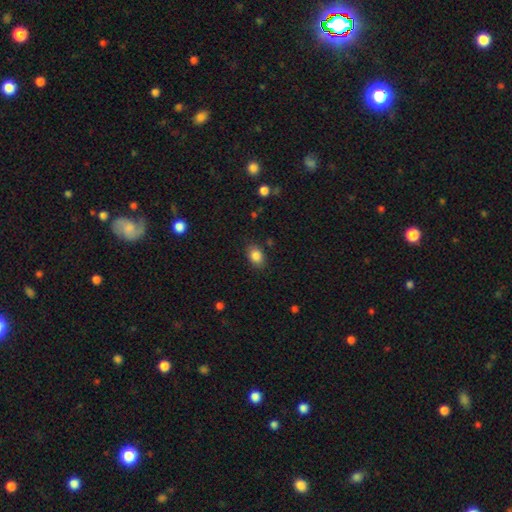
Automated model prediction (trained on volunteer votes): Q: Smooth or featured?
A: smooth (86%); runner-up: star or artifact (9%)
Q: How rounded?
A: in between (76%); runner-up: round (23%)
Q: Merging?
A: none (83%); runner-up: minor disturbance (12%)